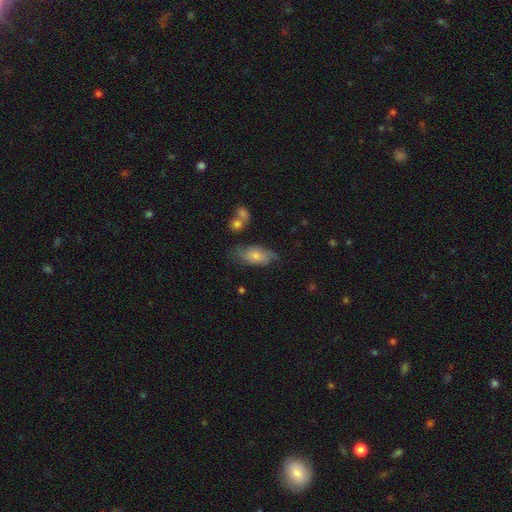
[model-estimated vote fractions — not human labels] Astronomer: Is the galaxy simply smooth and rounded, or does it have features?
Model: smooth — 59% (runner-up: featured or disk, 35%).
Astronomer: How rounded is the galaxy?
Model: in between — 87%.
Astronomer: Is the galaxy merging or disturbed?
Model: none — 56%.